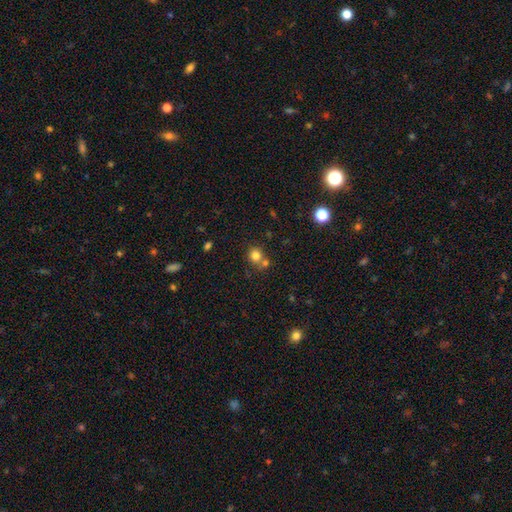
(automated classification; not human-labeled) Smooth or featured? Predicted: smooth (p=0.79). How rounded? Predicted: round (p=0.83). Merging? Predicted: none (p=0.56).